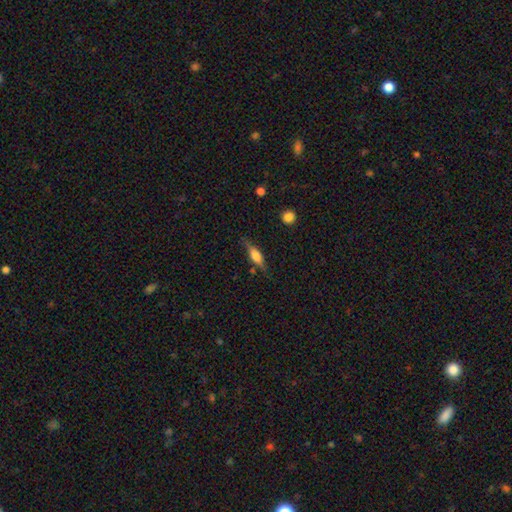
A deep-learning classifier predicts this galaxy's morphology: Q: Smooth or featured?
A: smooth (47%); runner-up: featured or disk (45%)
Q: Merging?
A: none (74%); runner-up: minor disturbance (18%)